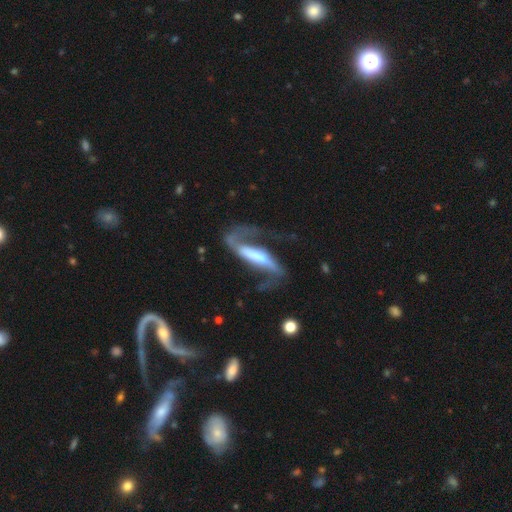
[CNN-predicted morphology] Smooth or featured?
  - featured or disk: 80% *
  - smooth: 15%
  - star or artifact: 6%
Edge-on disk?
  - no: 79% *
  - yes: 21%
Bar?
  - strong: 60% *
  - weak: 24%
  - no: 16%
Spiral arms?
  - yes: 90% *
  - no: 10%
Spiral winding?
  - loose: 66% *
  - medium: 25%
  - tight: 8%
Spiral arm count?
  - 2: 79% *
  - 1: 14%
  - can't tell: 4%
  - 3: 1%
  - 4: 1%
  - more than 4: 1%
Bulge size?
  - moderate: 28% *
  - large: 24%
  - small: 22%
  - none: 19%
  - dominant: 6%
Merging?
  - none: 43% *
  - major disturbance: 34%
  - minor disturbance: 18%
  - merger: 5%